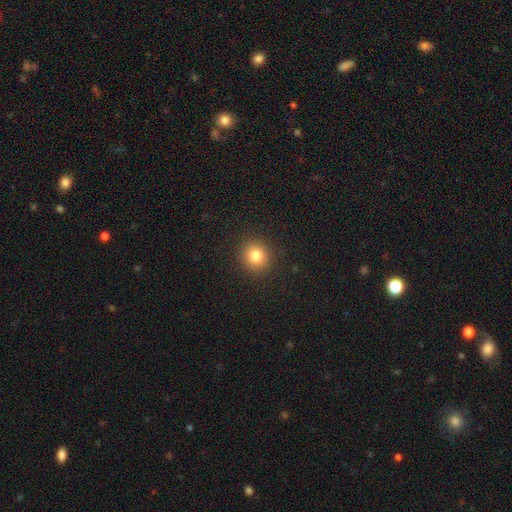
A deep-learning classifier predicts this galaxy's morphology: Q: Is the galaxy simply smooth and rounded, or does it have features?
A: smooth — 81%.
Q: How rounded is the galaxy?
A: round — 87%.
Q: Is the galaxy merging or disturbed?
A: none — 91%.